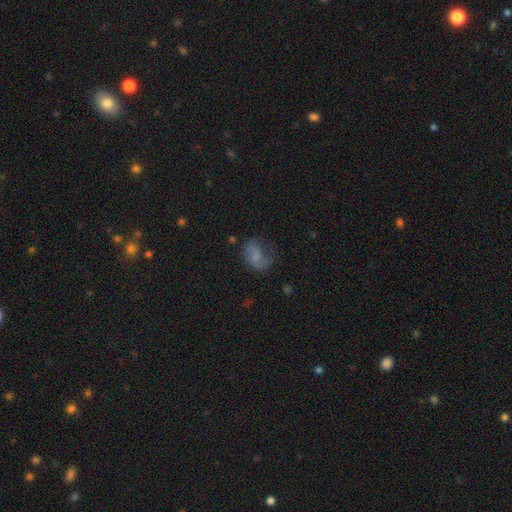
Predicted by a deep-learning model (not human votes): smooth_or_featured: smooth (p=0.50) [alt: featured or disk p=0.38]
how_rounded: in between (p=0.64) [alt: round p=0.35]
merging: none (p=0.42) [alt: major disturbance p=0.28]